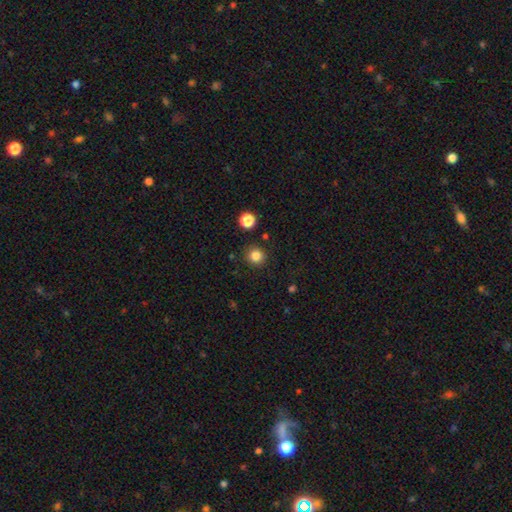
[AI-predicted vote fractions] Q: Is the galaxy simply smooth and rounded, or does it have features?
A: smooth — 84%.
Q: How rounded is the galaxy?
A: round — 93%.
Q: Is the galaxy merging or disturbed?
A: none — 89%.